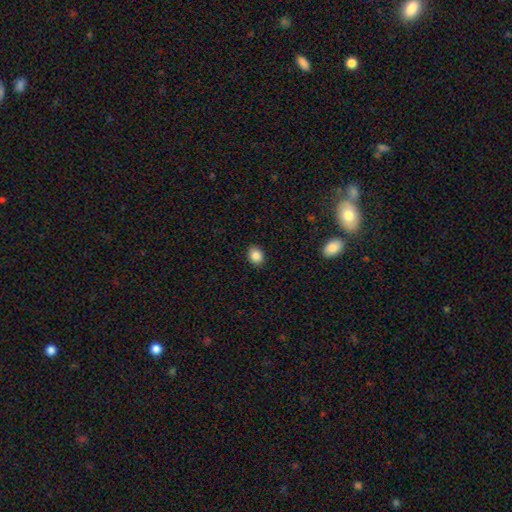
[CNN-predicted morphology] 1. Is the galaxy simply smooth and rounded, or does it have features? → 86% smooth, 10% star or artifact, 5% featured or disk.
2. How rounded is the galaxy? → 52% round, 47% in between, 1% cigar-shaped.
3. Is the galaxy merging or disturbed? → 89% none, 8% minor disturbance, 2% major disturbance, 1% merger.